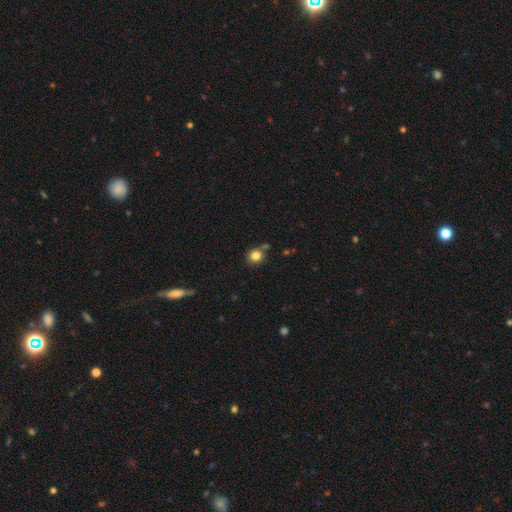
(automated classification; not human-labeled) smooth 83%, star or artifact 11%, featured or disk 6%. Down the decision tree: how rounded — round (82%); merging — none (75%).